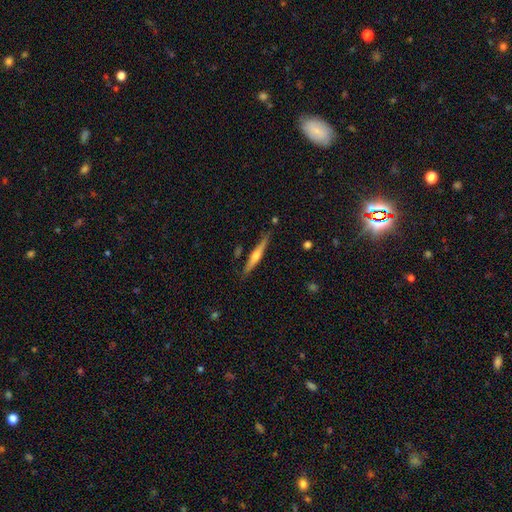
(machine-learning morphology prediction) The model was most divided on "smooth or featured": featured or disk: 54%, smooth: 40%, star or artifact: 6%. More confident: edge-on disk — yes (97%); merging — none (84%); edge-on bulge — rounded (82%).